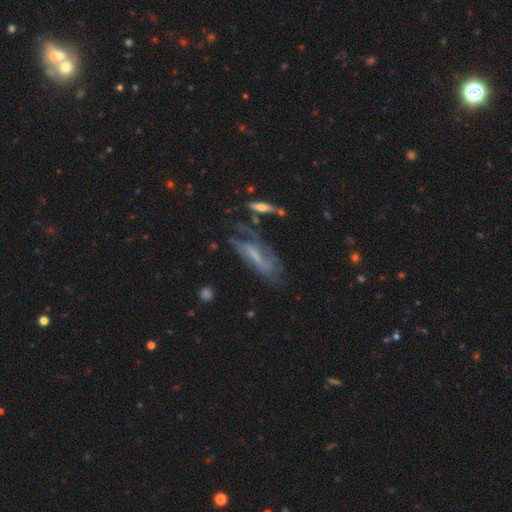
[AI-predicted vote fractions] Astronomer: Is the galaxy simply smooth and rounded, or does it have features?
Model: featured or disk — 64%.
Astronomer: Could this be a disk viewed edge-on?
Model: no — 77%.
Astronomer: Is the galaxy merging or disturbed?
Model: none — 47% (runner-up: minor disturbance, 24%).